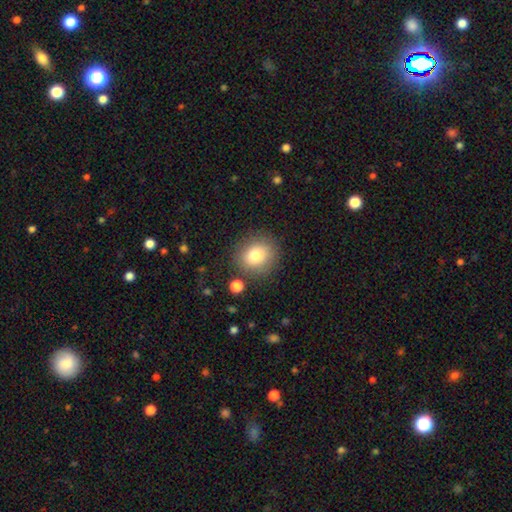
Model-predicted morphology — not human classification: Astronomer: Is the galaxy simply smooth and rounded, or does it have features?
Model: smooth — 78%.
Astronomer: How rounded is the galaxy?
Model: round — 82%.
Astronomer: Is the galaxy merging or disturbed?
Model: none — 85%.